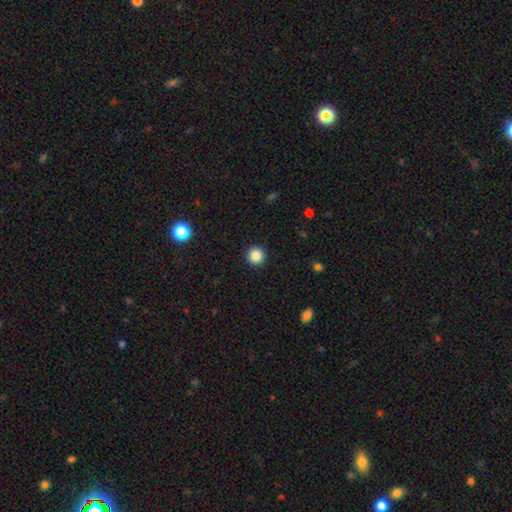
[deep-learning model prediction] This is clearly a smooth galaxy (86%). How rounded: clearly round (95%). Merging: clearly none (93%).